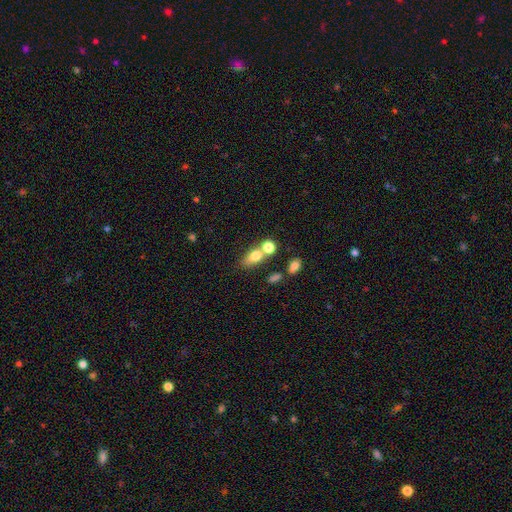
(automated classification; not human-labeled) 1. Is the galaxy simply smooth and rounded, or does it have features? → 74% smooth, 16% featured or disk, 11% star or artifact.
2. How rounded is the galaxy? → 67% in between, 24% round, 9% cigar-shaped.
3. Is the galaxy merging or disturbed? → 43% none, 40% merger, 11% minor disturbance, 6% major disturbance.